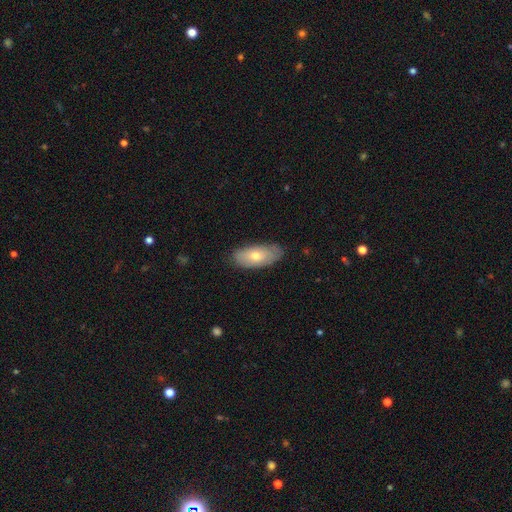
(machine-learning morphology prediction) smooth 65%, featured or disk 29%, star or artifact 6%. Down the decision tree: how rounded — in between (87%); merging — none (78%).